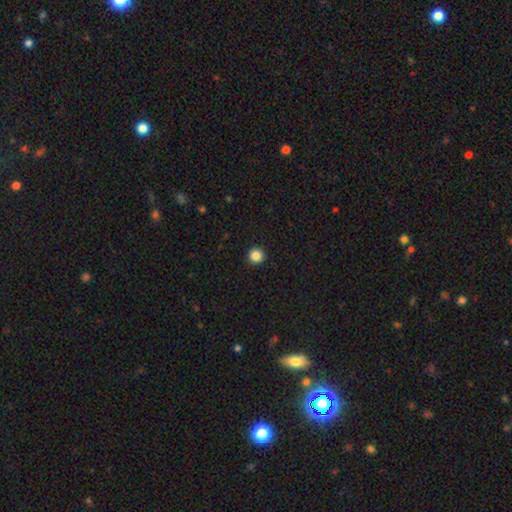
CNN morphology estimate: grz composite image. It shows a smooth galaxy with no disk features (86%) that is round (96%). Merging: none (94%).